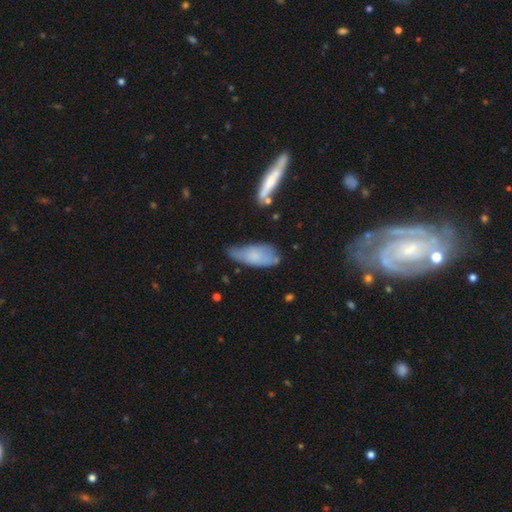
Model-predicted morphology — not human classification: type=smooth (68%); roundness=in between (76%); merging=minor disturbance (43%).